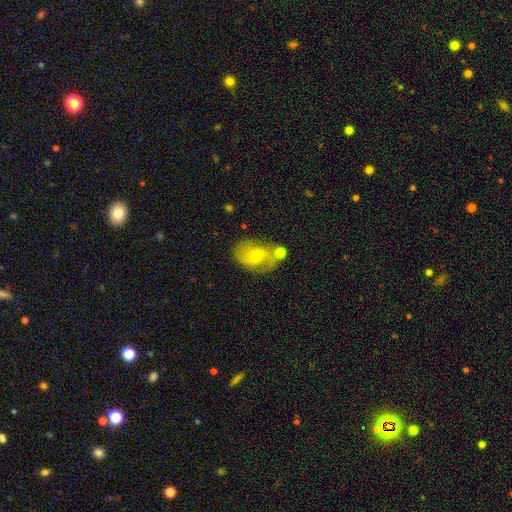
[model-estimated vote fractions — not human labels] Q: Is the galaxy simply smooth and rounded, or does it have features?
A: featured or disk — 55%.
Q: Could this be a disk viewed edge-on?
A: no — 96%.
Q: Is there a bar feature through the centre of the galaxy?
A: no — 53%.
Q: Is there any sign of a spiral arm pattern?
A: yes — 80%.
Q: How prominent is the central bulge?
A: small — 49%.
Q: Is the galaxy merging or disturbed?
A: none — 59%.